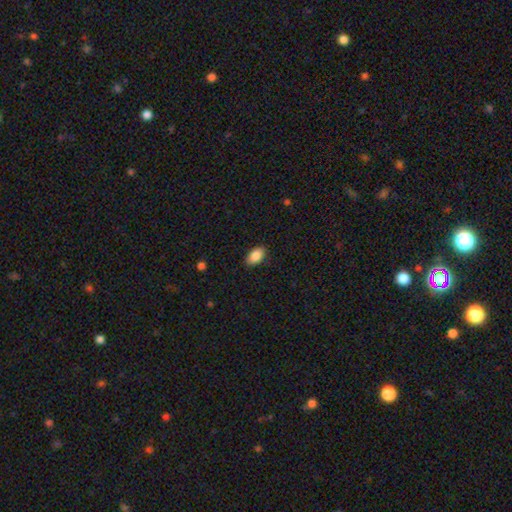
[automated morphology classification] smooth-or-featured: smooth: 87% | star or artifact: 7% | featured or disk: 6%
  how-rounded: in between: 91% | round: 7% | cigar-shaped: 2%
  merging: none: 86% | minor disturbance: 11% | major disturbance: 2% | merger: 1%